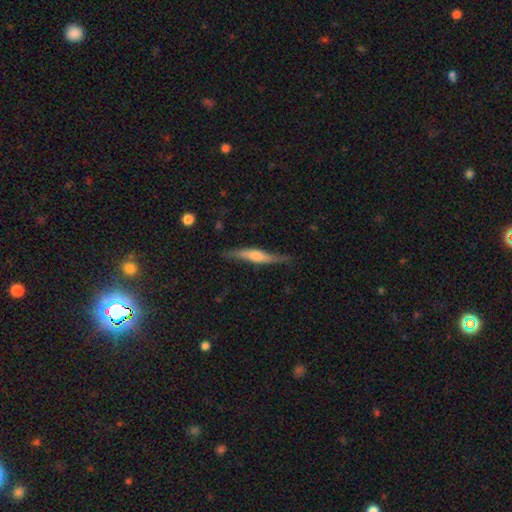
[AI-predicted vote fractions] Morphology: type=featured or disk (57%); edge-on=yes (94%); edge-on bulge=rounded (63%); merging=none (78%).